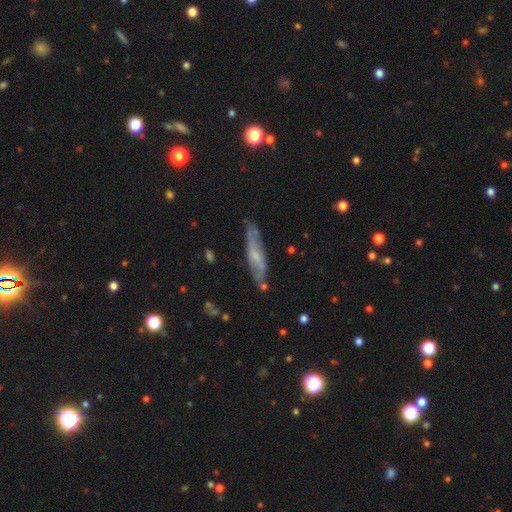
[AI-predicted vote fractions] Morphology: type=featured or disk (53%); edge-on=yes (57%); merging=none (76%).